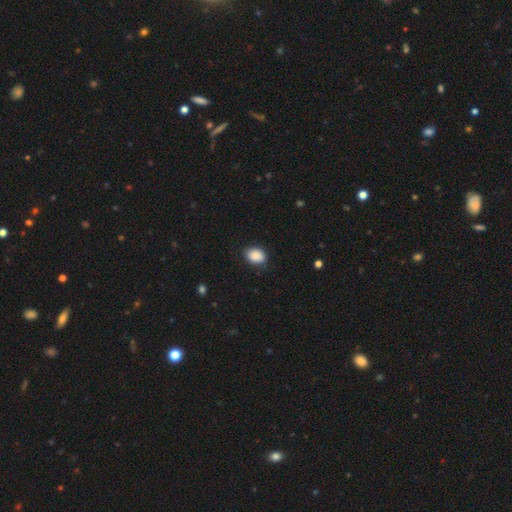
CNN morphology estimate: Smooth or featured? Predicted: smooth (p=0.89). How rounded? Predicted: in between (p=0.70). Merging? Predicted: none (p=0.84).